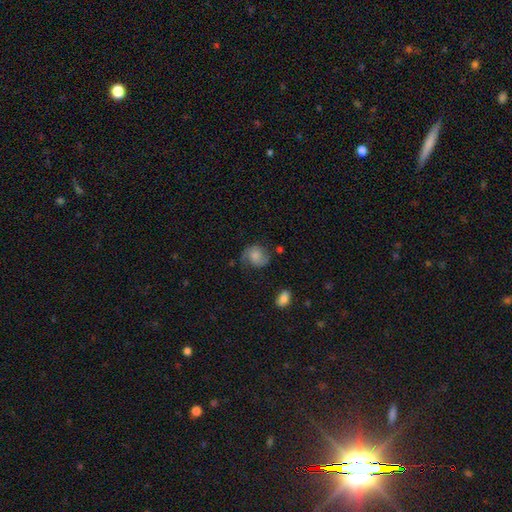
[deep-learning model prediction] This appears to be a featured or disk galaxy (51%). Merging: none (57%).